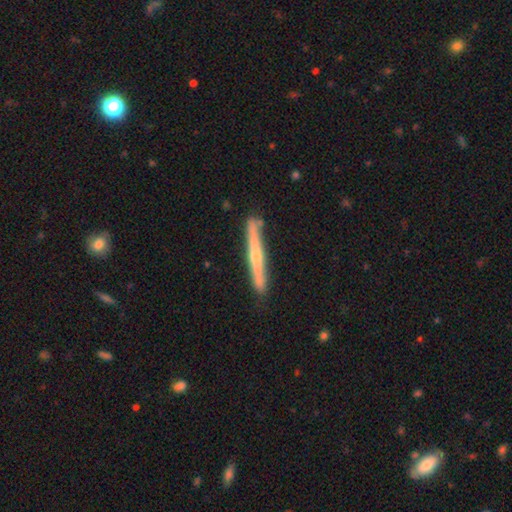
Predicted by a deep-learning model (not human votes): Overall: featured or disk (61%; smooth 34%). Edge-on disk: yes (96%). Edge-on bulge: rounded (70%). Merging: none (86%).